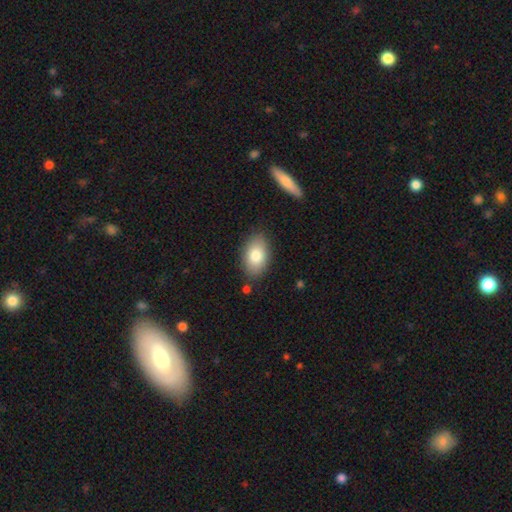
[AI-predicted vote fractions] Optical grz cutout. It shows a smooth galaxy with no disk features (80%) that is in between round and cigar-shaped (91%). Merging: none (83%).